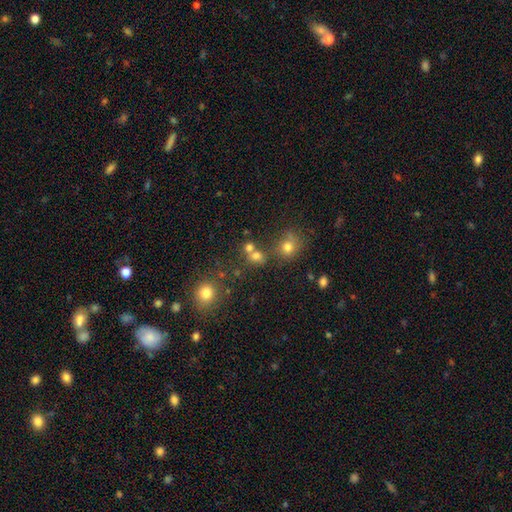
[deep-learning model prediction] Smooth or featured? Predicted: smooth (p=0.72). How rounded? Predicted: round (p=0.77). Merging? Predicted: none (p=0.55).